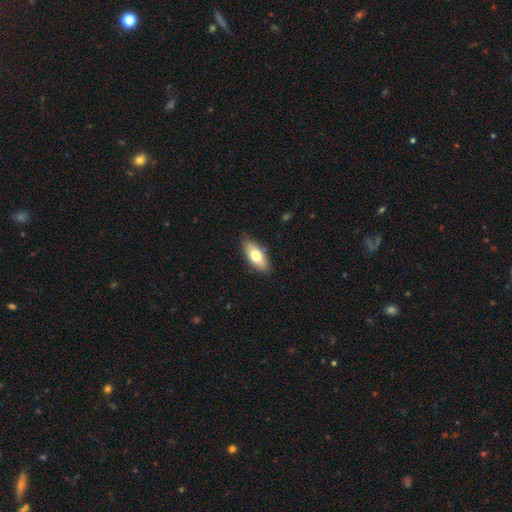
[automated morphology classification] smooth_or_featured: smooth (p=0.69) [alt: featured or disk p=0.24]
how_rounded: in between (p=0.79) [alt: cigar-shaped p=0.18]
merging: none (p=0.85) [alt: minor disturbance p=0.12]